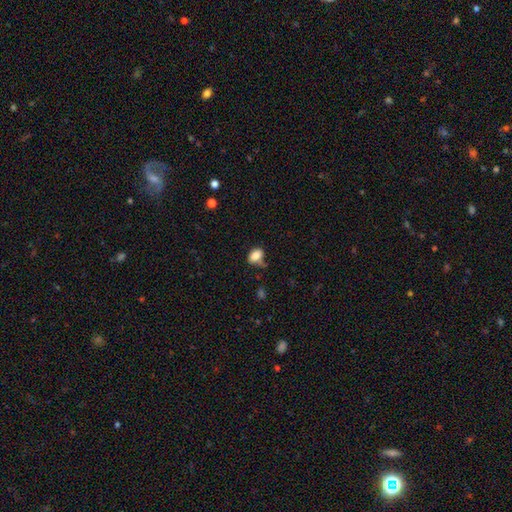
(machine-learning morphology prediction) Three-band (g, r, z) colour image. It shows a smooth galaxy with no disk features (83%) that is in between round and cigar-shaped (82%). Merging: none (52%).